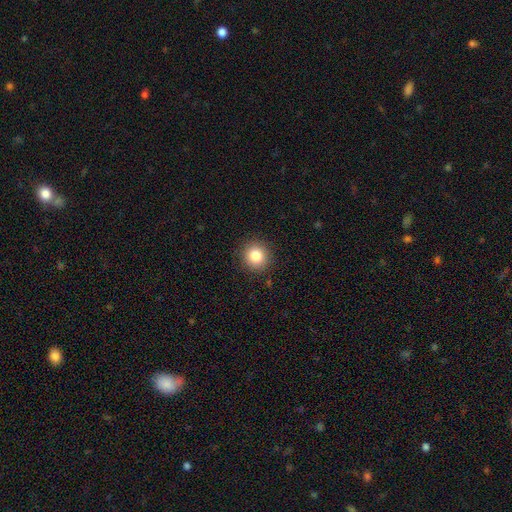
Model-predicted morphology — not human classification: Smooth or featured? smooth (84%)
How rounded? round (91%)
Merging? none (90%)